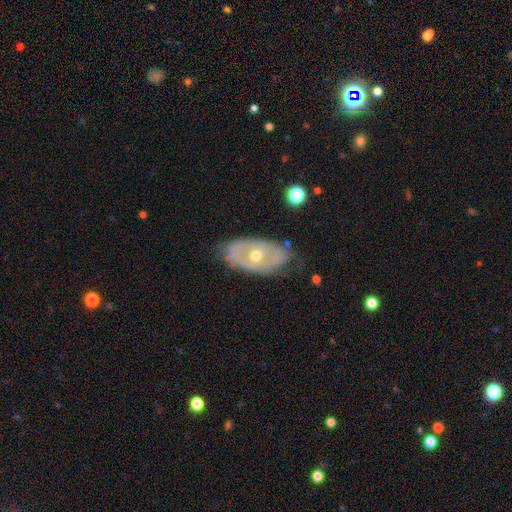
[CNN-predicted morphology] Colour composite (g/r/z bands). It shows a featured or disk galaxy (65%) with no bar (83%), no spiral arms (71%) and a moderate central bulge (70%). Merging: none (65%).